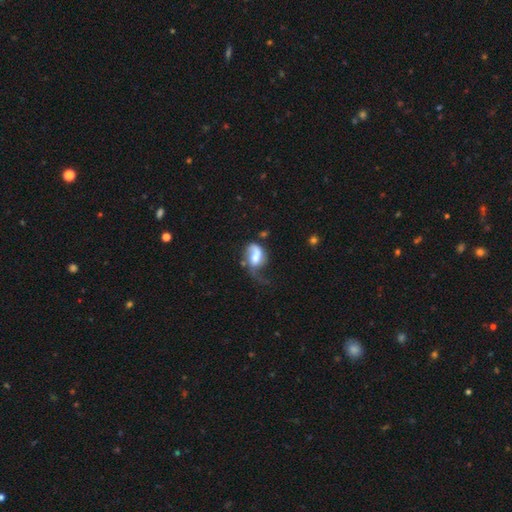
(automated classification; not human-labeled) The model was most divided on "smooth or featured": featured or disk: 50%, smooth: 42%, star or artifact: 8%. Remaining: merging — major disturbance (45%).